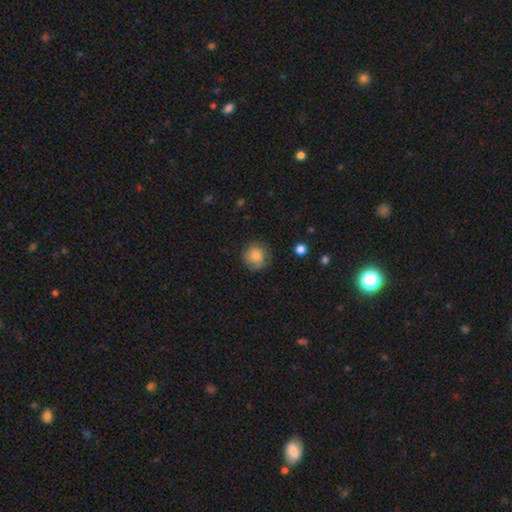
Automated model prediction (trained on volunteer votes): Smooth or featured? smooth (76%)
How rounded? round (88%)
Merging? none (73%)